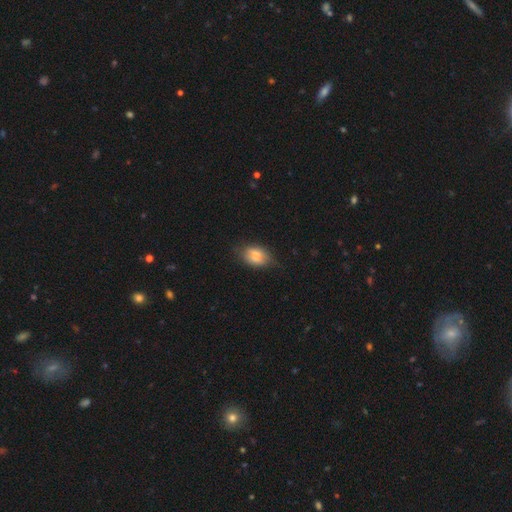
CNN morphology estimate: Smooth or featured? Predicted: smooth (p=0.70). How rounded? Predicted: in between (p=0.83). Merging? Predicted: none (p=0.58).